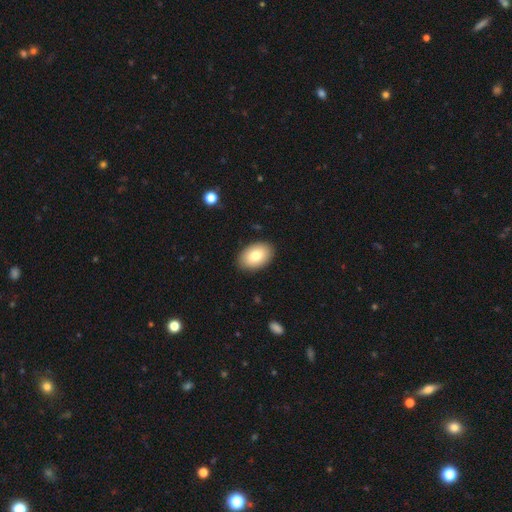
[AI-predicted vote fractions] smooth-or-featured: smooth: 81% | featured or disk: 12% | star or artifact: 7%
  how-rounded: in between: 88% | round: 11% | cigar-shaped: 1%
  merging: none: 89% | minor disturbance: 8% | major disturbance: 2% | merger: 1%